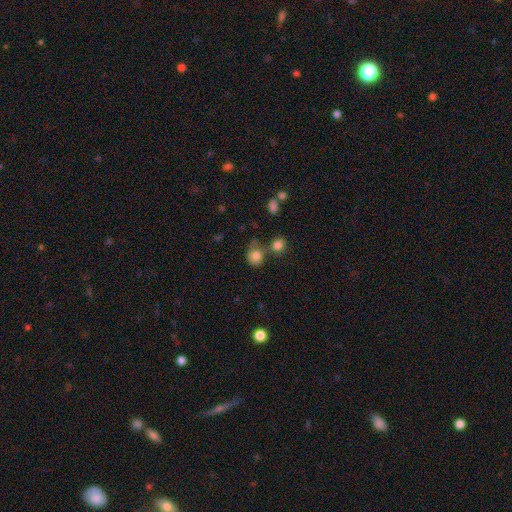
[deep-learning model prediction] Overall: smooth (80%). How rounded: round (71%). Merging: none (47%; merger 24%).